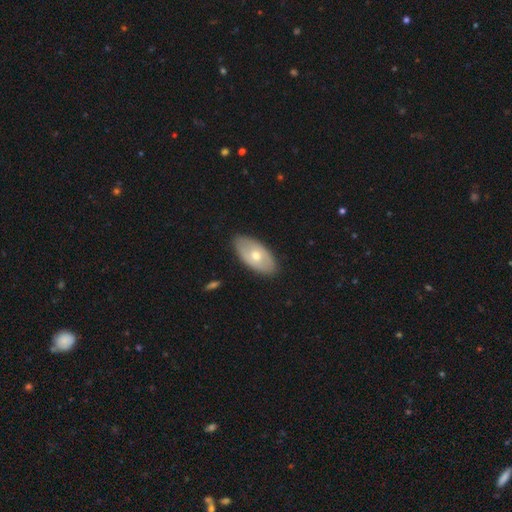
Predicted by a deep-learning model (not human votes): smooth 53%, featured or disk 42%, star or artifact 6%. Down the decision tree: how rounded — in between (93%); merging — none (86%).